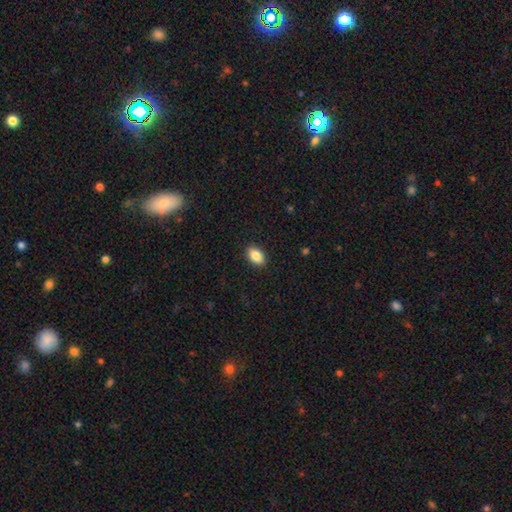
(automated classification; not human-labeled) Smooth or featured? Predicted: smooth (p=0.86). How rounded? Predicted: in between (p=0.91). Merging? Predicted: none (p=0.90).